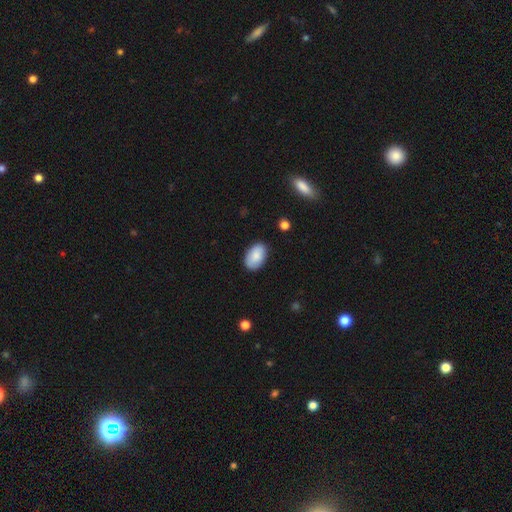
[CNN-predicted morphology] Smooth or featured? smooth (86%)
How rounded? in between (93%)
Merging? none (85%)